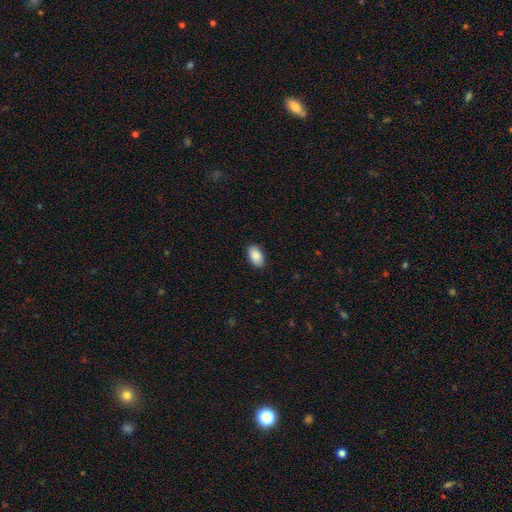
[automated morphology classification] The model was most divided on "merging": none: 89%, minor disturbance: 8%, major disturbance: 2%, merger: 1%. More confident: how rounded — in between (95%); smooth or featured — smooth (90%).